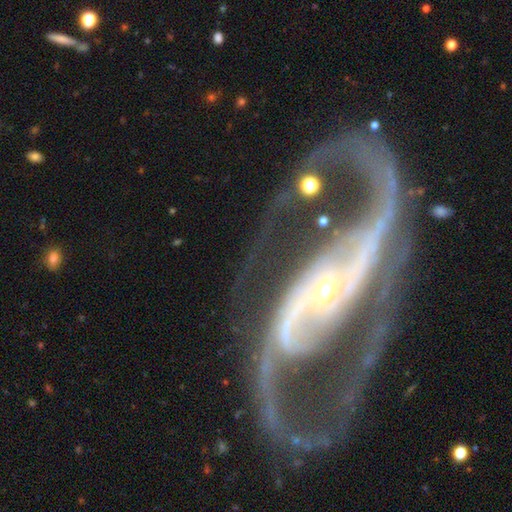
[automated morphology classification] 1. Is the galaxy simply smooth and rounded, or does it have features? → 93% featured or disk, 4% star or artifact, 3% smooth.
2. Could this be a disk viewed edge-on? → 96% no, 4% yes.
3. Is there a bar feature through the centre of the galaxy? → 54% strong, 24% weak, 22% no.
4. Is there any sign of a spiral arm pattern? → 95% yes, 5% no.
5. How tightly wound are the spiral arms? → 48% medium, 36% loose, 16% tight.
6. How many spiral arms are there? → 92% 2, 2% can't tell, 2% 1, 2% 3, 1% 4, 1% more than 4.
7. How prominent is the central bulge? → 74% small, 21% moderate, 3% large, 1% dominant, 1% none.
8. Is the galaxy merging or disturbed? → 65% none, 18% major disturbance, 13% minor disturbance, 4% merger.